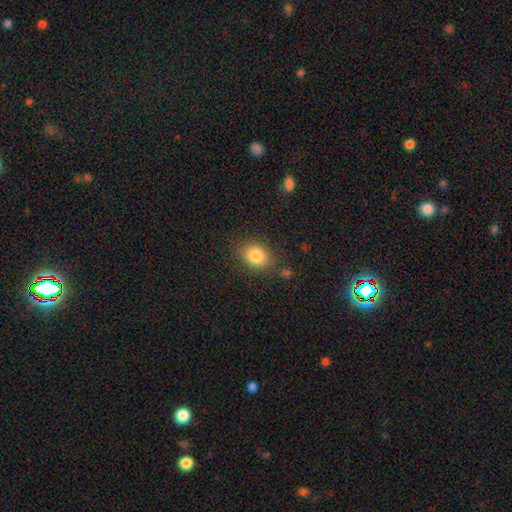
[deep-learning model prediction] This appears to be a smooth galaxy with no disk features (83%) that is round (50%). Merging: none (82%).